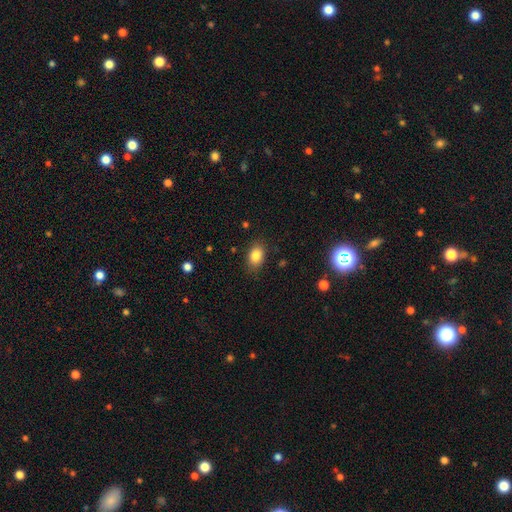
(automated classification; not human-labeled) smooth 84%, star or artifact 9%, featured or disk 7%. Down the decision tree: how rounded — in between (78%); merging — none (83%).